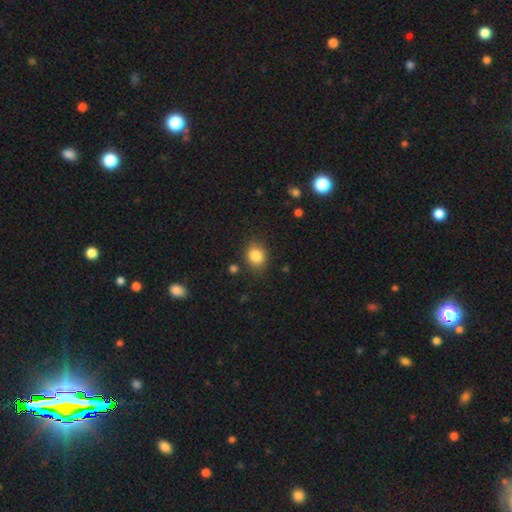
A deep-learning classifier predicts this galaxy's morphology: Smooth or featured: smooth — 84% (star or artifact — 10%)
How rounded: round — 61% (in between — 38%)
Merging: none — 81% (minor disturbance — 13%)